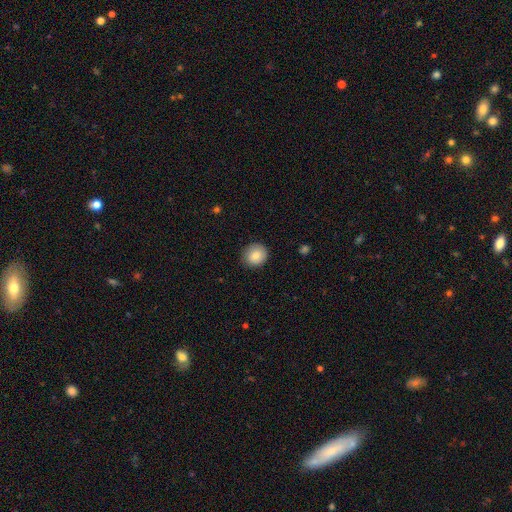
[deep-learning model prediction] Q: Smooth or featured?
A: smooth (84%); runner-up: star or artifact (8%)
Q: How rounded?
A: round (86%); runner-up: in between (13%)
Q: Merging?
A: none (86%); runner-up: minor disturbance (11%)